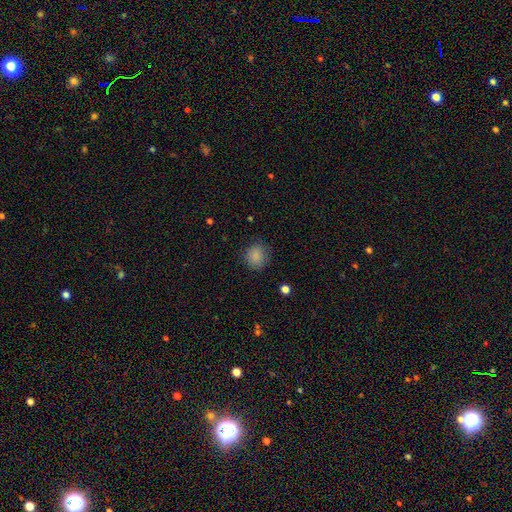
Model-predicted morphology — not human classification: Smooth or featured: smooth — 86% (star or artifact — 10%)
How rounded: round — 80% (in between — 19%)
Merging: none — 83% (minor disturbance — 12%)